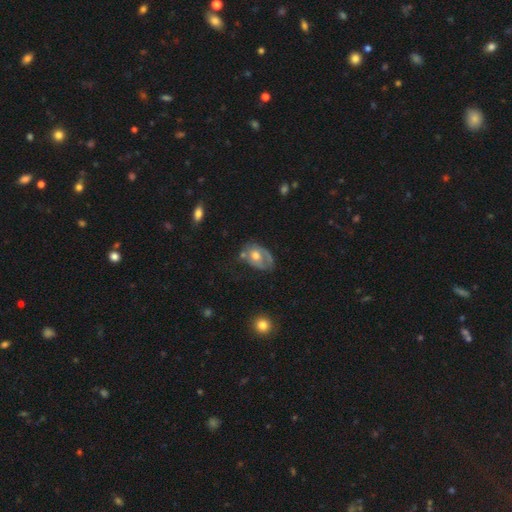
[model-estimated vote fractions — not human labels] smooth_or_featured: featured or disk (p=0.49) [alt: smooth p=0.43]
merging: none (p=0.39) [alt: minor disturbance p=0.30]